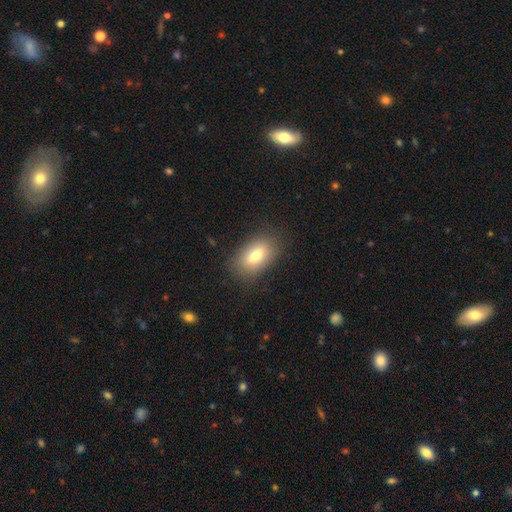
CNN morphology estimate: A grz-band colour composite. It shows a smooth galaxy with no disk features (77%) that is in between round and cigar-shaped (89%). Merging: none (84%).